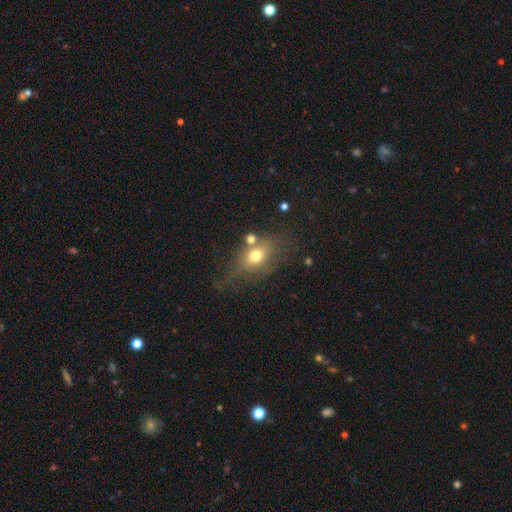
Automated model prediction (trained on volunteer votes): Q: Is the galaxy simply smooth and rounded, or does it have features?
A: smooth — 66%.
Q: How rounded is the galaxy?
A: in between — 70%.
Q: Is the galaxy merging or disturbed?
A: none — 47%.